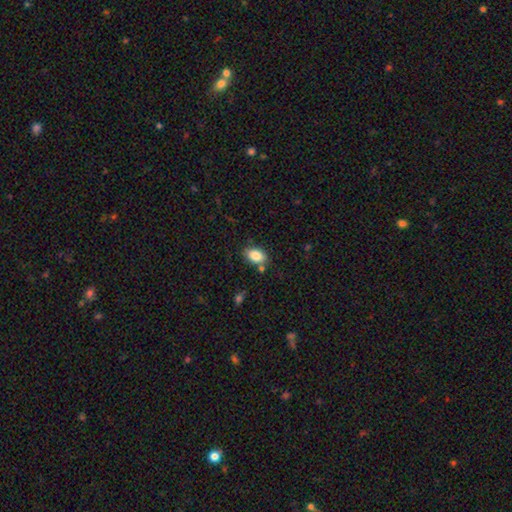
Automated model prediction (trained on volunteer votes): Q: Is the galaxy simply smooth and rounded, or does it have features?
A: smooth — 85%.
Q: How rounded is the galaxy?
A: in between — 89%.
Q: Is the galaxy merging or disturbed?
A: none — 79%.